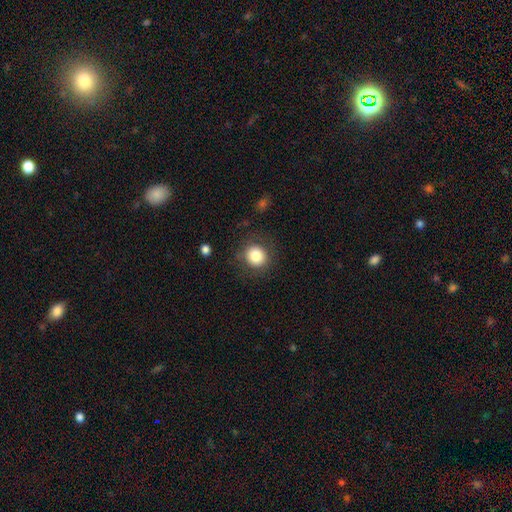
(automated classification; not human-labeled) A smooth galaxy with no disk features (82%) that is round (89%).

Vote fractions:
- Smooth or featured? smooth: 82% / star or artifact: 10% / featured or disk: 8%
- How rounded? round: 89% / in between: 10% / cigar-shaped: 1%
- Merging? none: 83% / minor disturbance: 10% / major disturbance: 5% / merger: 1%